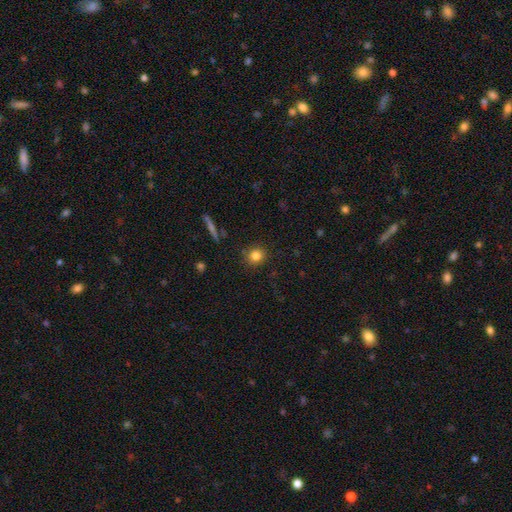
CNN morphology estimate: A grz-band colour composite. It shows a smooth galaxy with no disk features (82%) that is round (90%). Merging: none (89%).